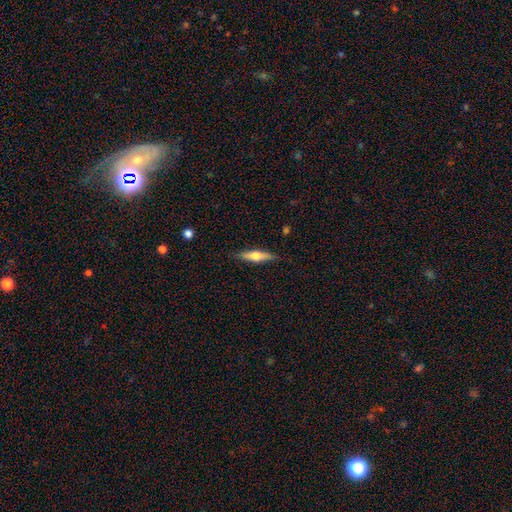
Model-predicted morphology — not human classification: The model was most divided on "smooth or featured": smooth: 49%, featured or disk: 45%, star or artifact: 6%. More confident: merging — none (85%).